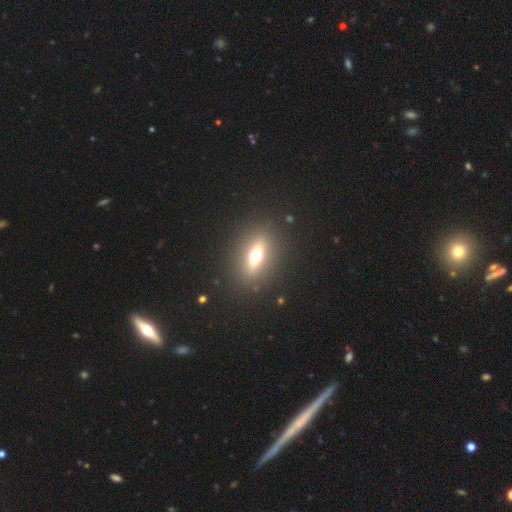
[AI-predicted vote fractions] Smooth or featured?
  - smooth: 45% *
  - featured or disk: 41%
  - star or artifact: 14%
Merging?
  - none: 87% *
  - minor disturbance: 7%
  - major disturbance: 4%
  - merger: 1%